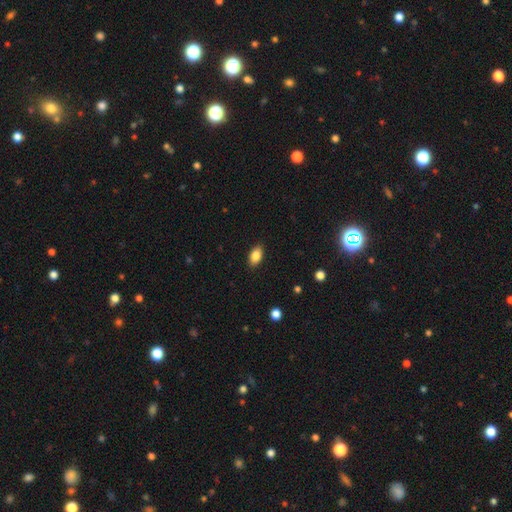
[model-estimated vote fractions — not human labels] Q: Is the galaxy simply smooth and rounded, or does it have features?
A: smooth — 85%.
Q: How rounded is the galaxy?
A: in between — 91%.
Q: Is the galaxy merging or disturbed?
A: none — 89%.